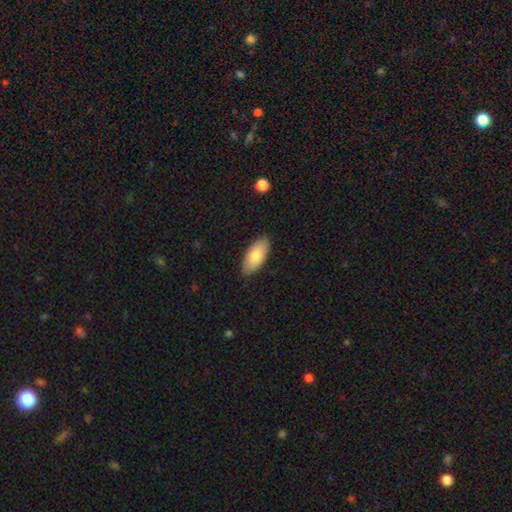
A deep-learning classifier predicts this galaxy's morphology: Smooth or featured? smooth (82%)
How rounded? in between (91%)
Merging? none (84%)